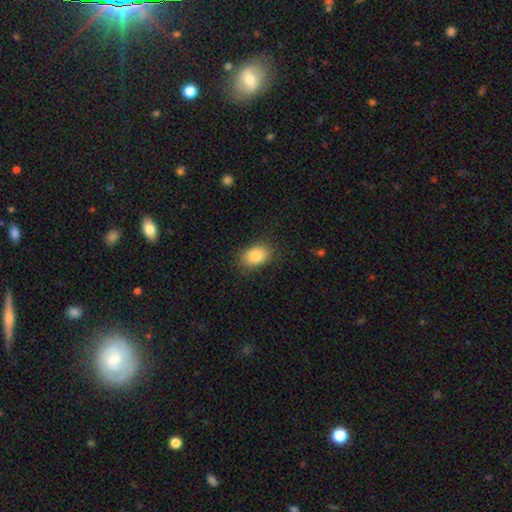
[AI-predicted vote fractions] smooth 85%, star or artifact 8%, featured or disk 7%. Down the decision tree: how rounded — in between (84%); merging — none (85%).